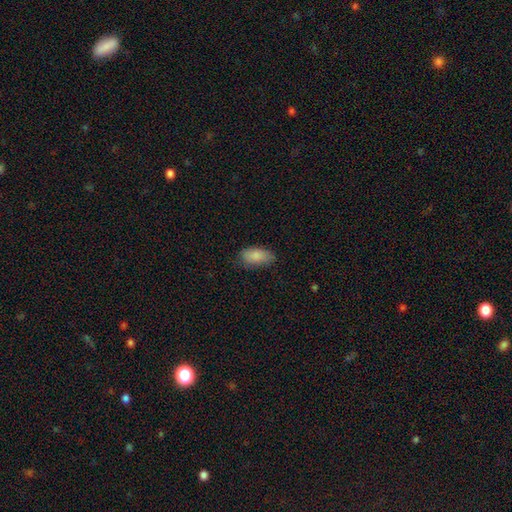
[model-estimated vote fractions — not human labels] Q: Smooth or featured?
A: smooth (86%); runner-up: featured or disk (7%)
Q: How rounded?
A: in between (92%); runner-up: cigar-shaped (5%)
Q: Merging?
A: none (75%); runner-up: minor disturbance (20%)